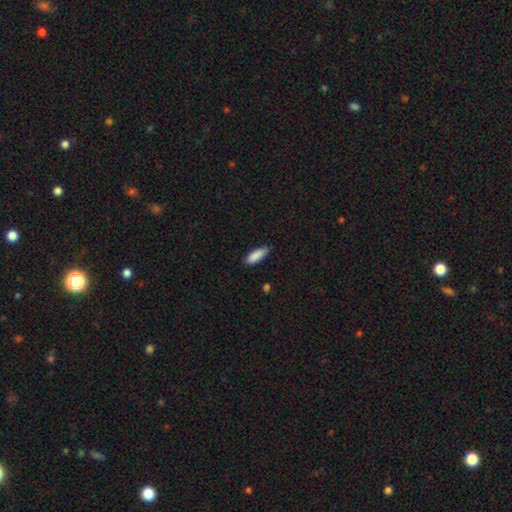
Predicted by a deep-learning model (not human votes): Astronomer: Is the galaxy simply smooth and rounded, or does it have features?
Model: smooth — 88%.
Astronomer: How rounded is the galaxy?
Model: in between — 51% (runner-up: cigar-shaped, 47%).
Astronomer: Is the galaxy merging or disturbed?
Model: none — 80%.